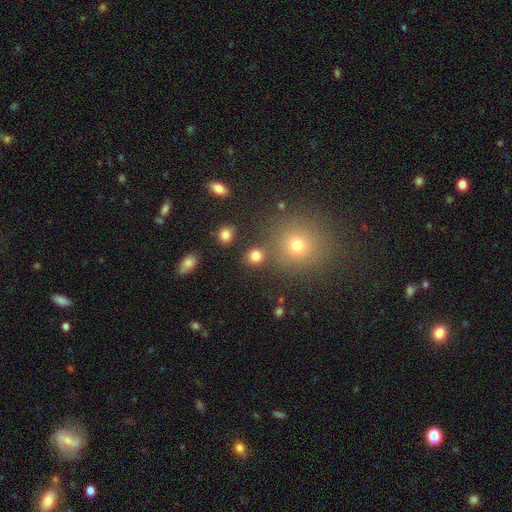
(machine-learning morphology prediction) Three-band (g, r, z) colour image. It shows a smooth galaxy with no disk features (78%) that is round (79%). Merging: none (76%).